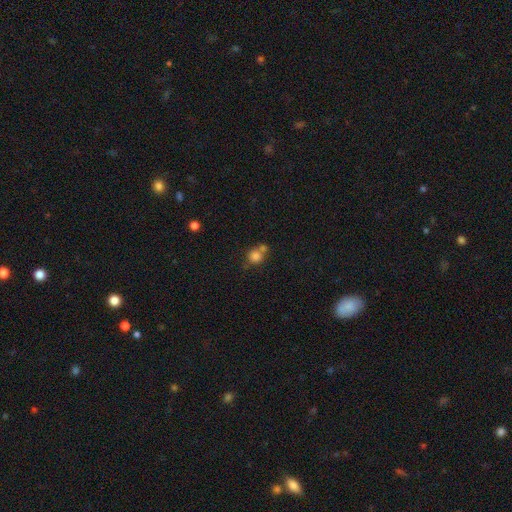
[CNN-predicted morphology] This appears to be a smooth galaxy with no disk features (80%) that is round (81%). Merging: none (45%).